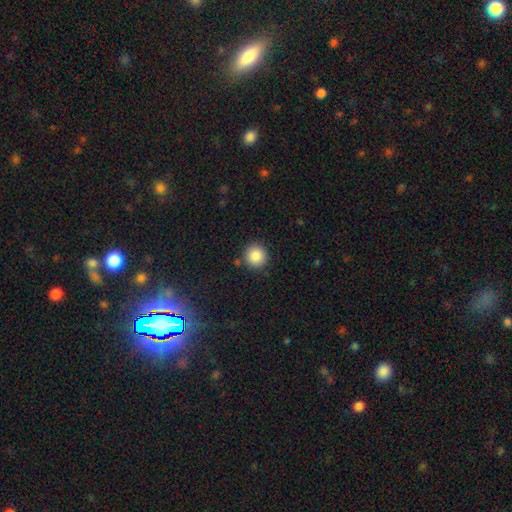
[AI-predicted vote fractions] This is clearly a smooth galaxy (85%). How rounded: clearly round (93%). Merging: clearly none (87%).